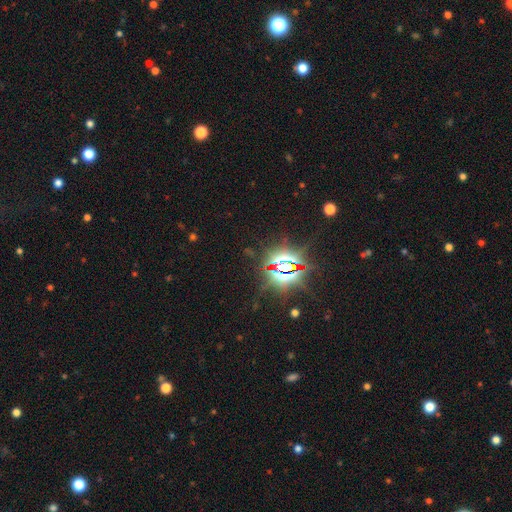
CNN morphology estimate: This is clearly a star or artifact rather than a galaxy (85%).